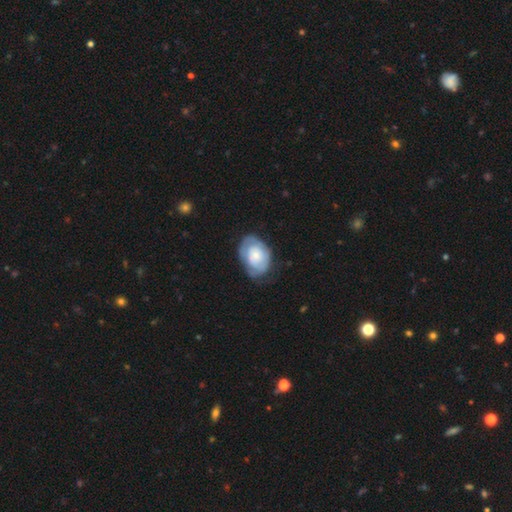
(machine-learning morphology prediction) A featured or disk galaxy (51%). Merging: none (60%).